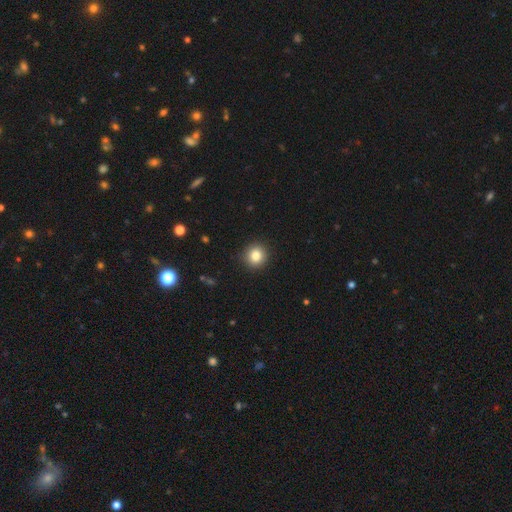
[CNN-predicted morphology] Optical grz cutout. It shows a smooth galaxy with no disk features (84%) that is round (92%). Merging: none (91%).